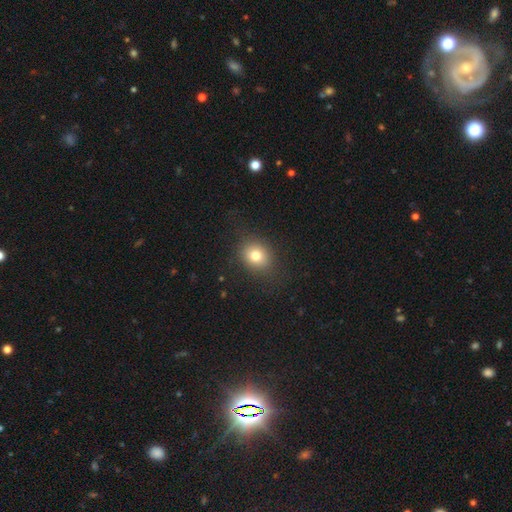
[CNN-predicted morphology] This is likely a smooth galaxy (77%). How rounded: likely round (63%). Merging: clearly none (82%).